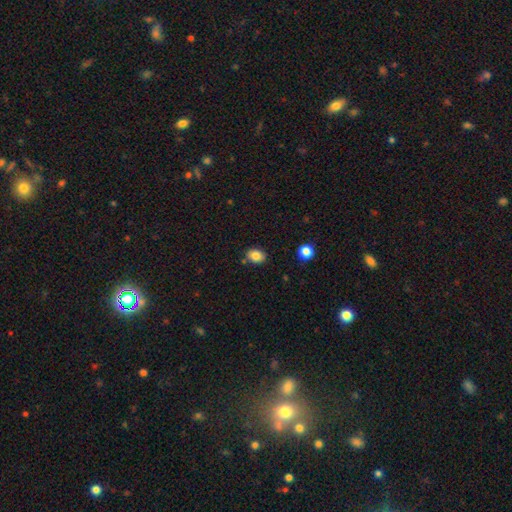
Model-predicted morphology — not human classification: Smooth or featured? smooth (84%)
How rounded? in between (64%)
Merging? none (81%)